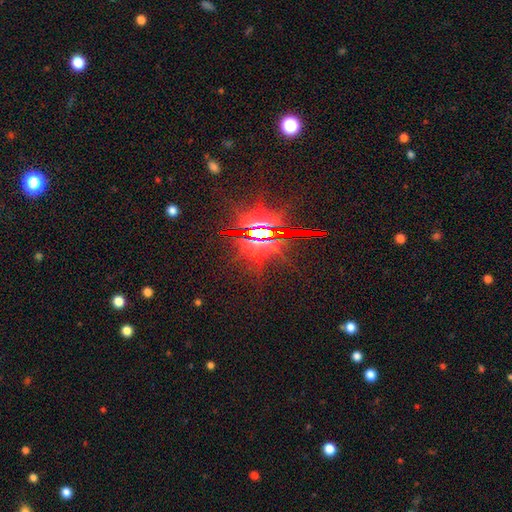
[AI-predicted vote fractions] star or artifact 83%, featured or disk 11%, smooth 6%.